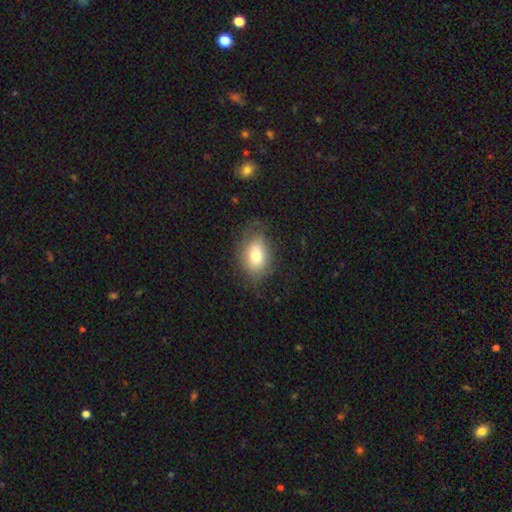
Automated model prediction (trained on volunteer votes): A smooth galaxy with no disk features (75%) that is in between round and cigar-shaped (79%).

Vote fractions:
- Smooth or featured? smooth: 75% / featured or disk: 17% / star or artifact: 9%
- How rounded? in between: 79% / round: 19% / cigar-shaped: 1%
- Merging? none: 70% / minor disturbance: 21% / major disturbance: 8% / merger: 1%